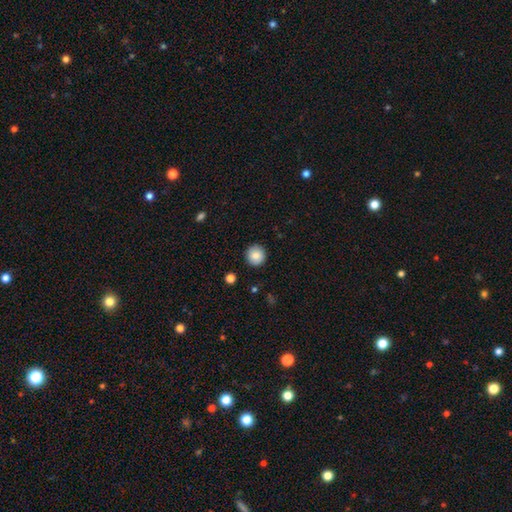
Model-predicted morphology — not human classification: A smooth galaxy with no disk features (85%) that is round (94%).

Vote fractions:
- Smooth or featured? smooth: 85% / star or artifact: 8% / featured or disk: 7%
- How rounded? round: 94% / in between: 6% / cigar-shaped: 1%
- Merging? none: 92% / minor disturbance: 6% / major disturbance: 2% / merger: 1%